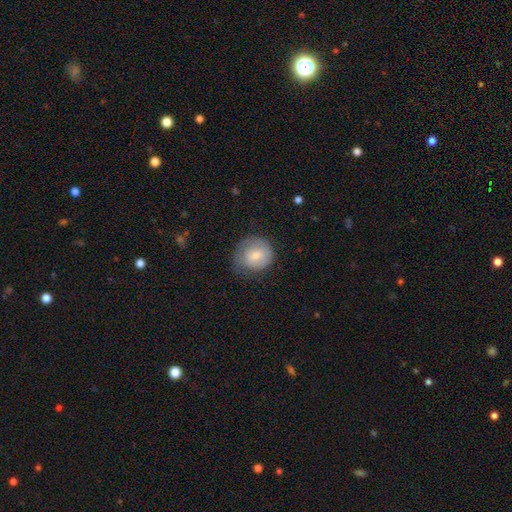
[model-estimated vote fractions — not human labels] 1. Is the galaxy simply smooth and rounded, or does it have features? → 71% smooth, 22% featured or disk, 7% star or artifact.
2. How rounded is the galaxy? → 81% round, 18% in between, 1% cigar-shaped.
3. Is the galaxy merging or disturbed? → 56% none, 30% minor disturbance, 12% major disturbance, 1% merger.